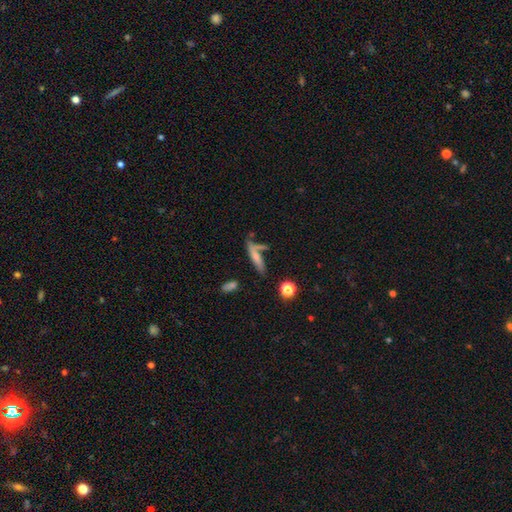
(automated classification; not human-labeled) This appears to be a smooth galaxy with no disk features (59%) that is cigar-shaped (76%). Merging: none (49%).